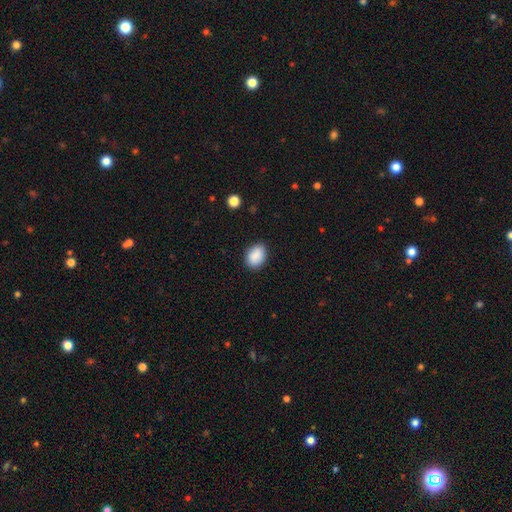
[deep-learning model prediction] smooth_or_featured: smooth (p=0.89) [alt: star or artifact p=0.07]
how_rounded: in between (p=0.72) [alt: round p=0.27]
merging: none (p=0.83) [alt: minor disturbance p=0.13]